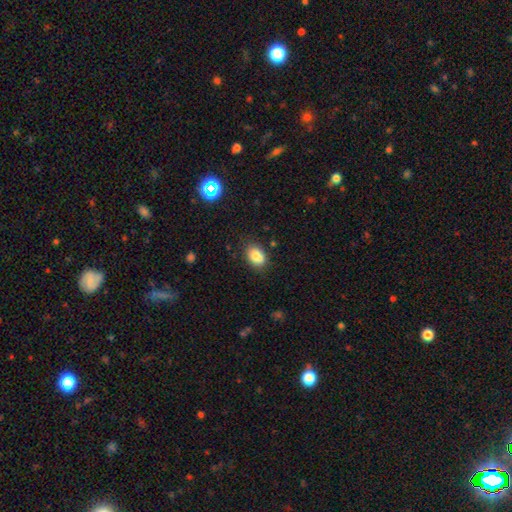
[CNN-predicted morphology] This appears to be a smooth galaxy with no disk features (81%) that is in between round and cigar-shaped (76%). Merging: none (70%).